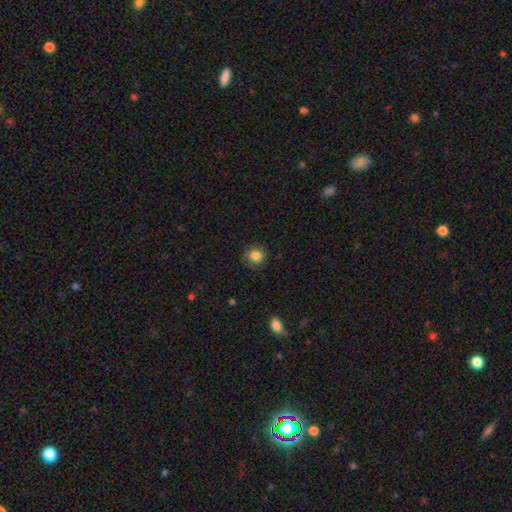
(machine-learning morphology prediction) A smooth galaxy with no disk features (85%) that is round (85%). Merging: none (85%).